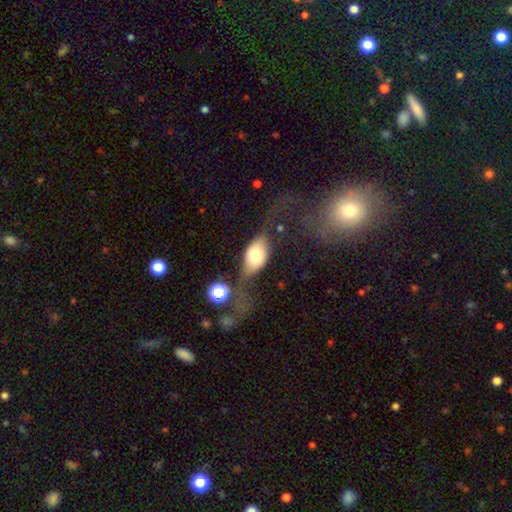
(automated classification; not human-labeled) Smooth or featured: smooth — 62% (featured or disk — 31%)
How rounded: in between — 84% (round — 12%)
Merging: none — 39% (major disturbance — 32%)